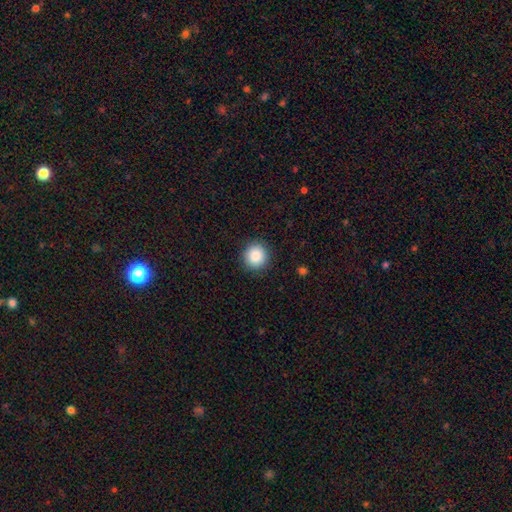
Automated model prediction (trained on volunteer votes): The model was most divided on "smooth or featured": smooth: 87%, star or artifact: 9%, featured or disk: 4%. More confident: how rounded — round (93%); merging — none (91%).